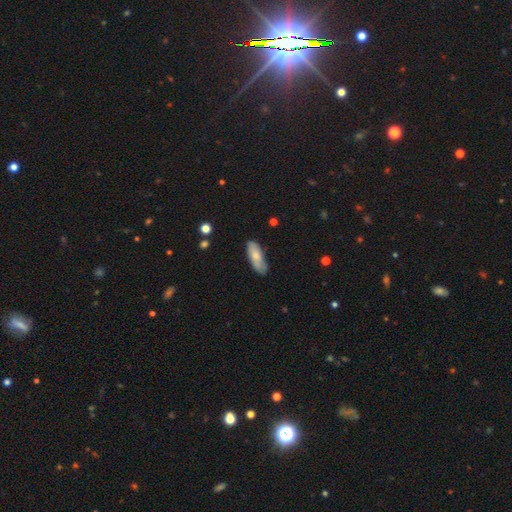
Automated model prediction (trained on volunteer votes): This appears to be a smooth galaxy with no disk features (68%) that is in between round and cigar-shaped (67%). Merging: none (70%).